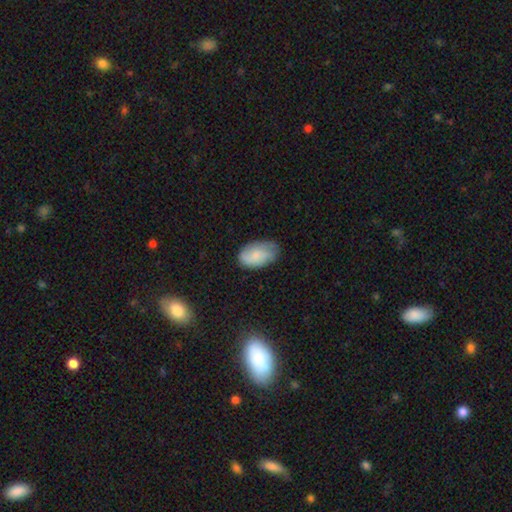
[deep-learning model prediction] smooth-or-featured: smooth: 67% | featured or disk: 26% | star or artifact: 7%
  how-rounded: in between: 92% | round: 6% | cigar-shaped: 2%
  merging: none: 65% | minor disturbance: 26% | major disturbance: 7% | merger: 1%